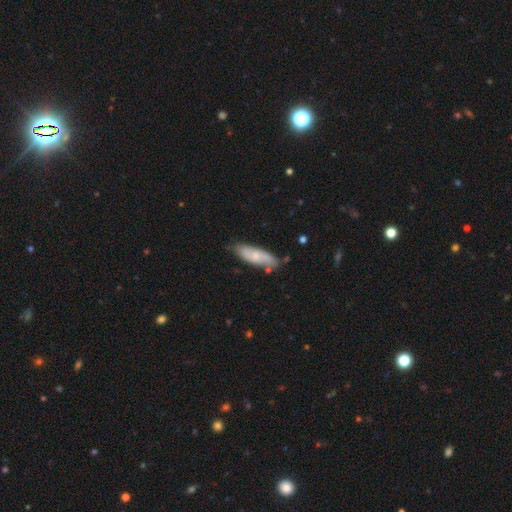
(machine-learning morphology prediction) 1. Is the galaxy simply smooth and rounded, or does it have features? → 57% smooth, 37% featured or disk, 6% star or artifact.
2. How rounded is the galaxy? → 53% in between, 45% cigar-shaped, 2% round.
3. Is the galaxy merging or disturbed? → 72% none, 21% minor disturbance, 4% merger, 3% major disturbance.